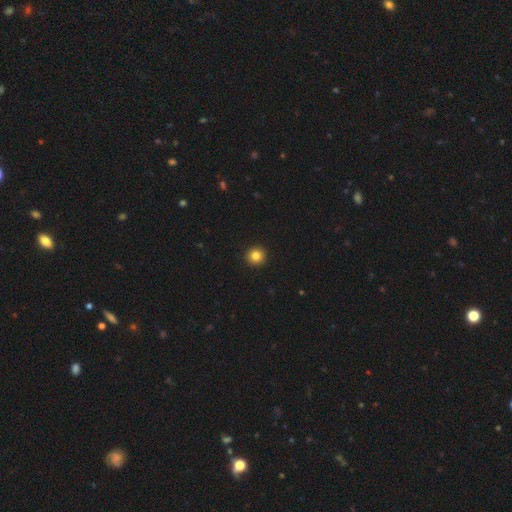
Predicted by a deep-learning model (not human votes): A smooth galaxy with no disk features (84%) that is round (95%).

Vote fractions:
- Smooth or featured? smooth: 84% / star or artifact: 11% / featured or disk: 5%
- How rounded? round: 95% / in between: 4% / cigar-shaped: 1%
- Merging? none: 94% / minor disturbance: 4% / major disturbance: 1% / merger: 1%